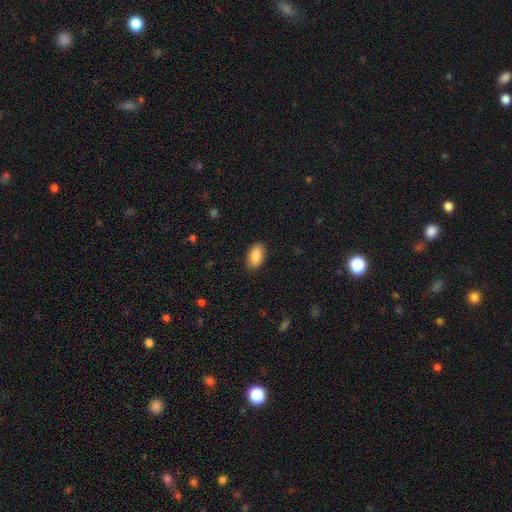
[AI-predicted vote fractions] A smooth galaxy with no disk features (87%) that is in between round and cigar-shaped (94%). Merging: none (88%).